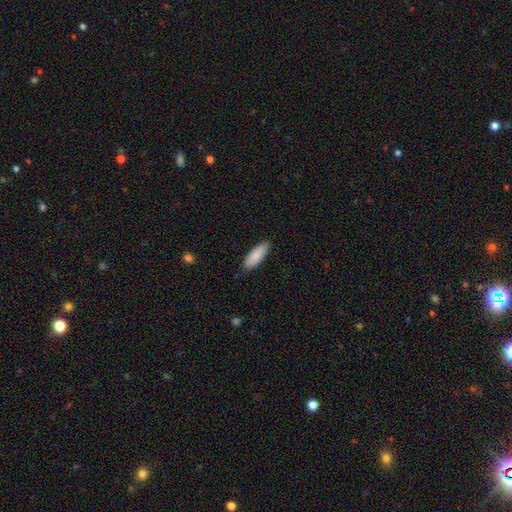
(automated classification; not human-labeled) This is clearly a smooth galaxy (87%). How rounded: likely in between (64%). Merging: clearly none (87%).